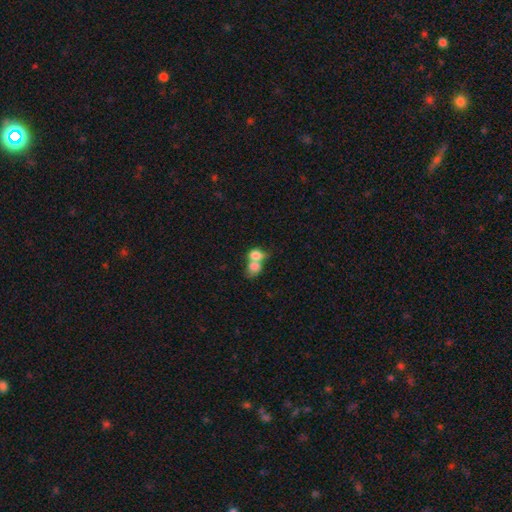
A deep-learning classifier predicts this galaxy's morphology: The model was most divided on "how rounded": in between: 67%, round: 31%, cigar-shaped: 2%. More confident: smooth or featured — smooth (76%); merging — merger (74%).